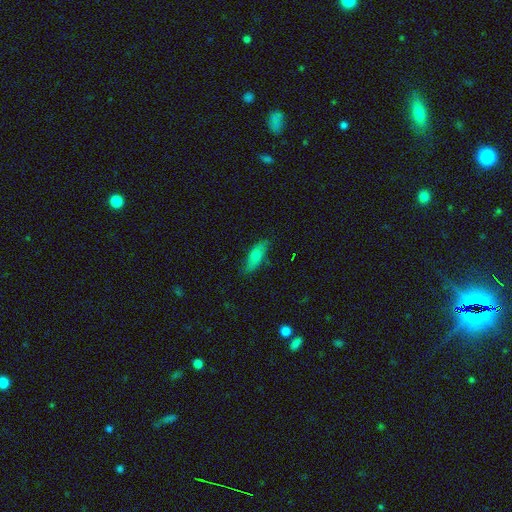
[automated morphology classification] Smooth or featured? smooth (74%)
How rounded? in between (66%)
Merging? none (73%)